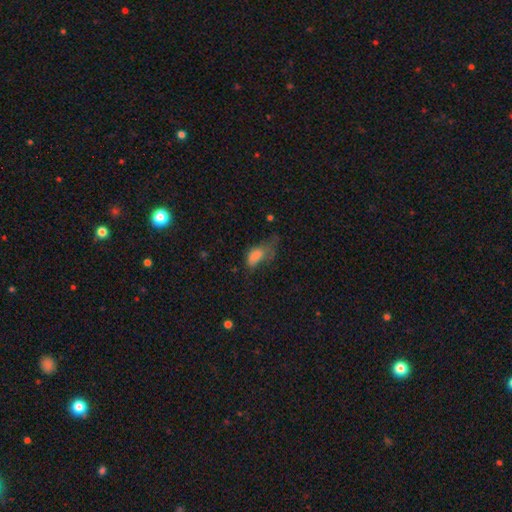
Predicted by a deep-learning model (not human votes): Smooth or featured? Predicted: smooth (p=0.73). How rounded? Predicted: in between (p=0.89). Merging? Predicted: major disturbance (p=0.49).